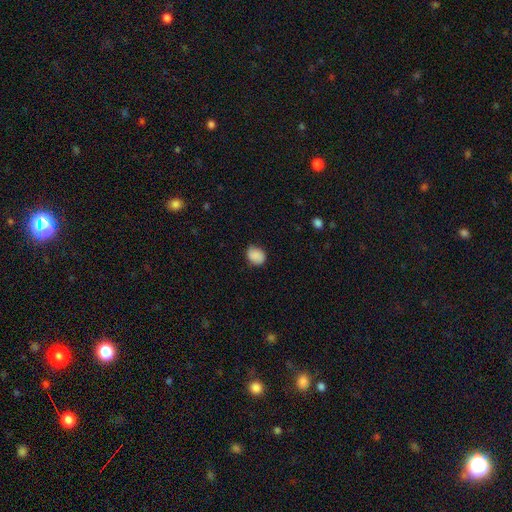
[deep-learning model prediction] smooth_or_featured: smooth (p=0.86) [alt: star or artifact p=0.08]
how_rounded: in between (p=0.53) [alt: round p=0.46]
merging: none (p=0.77) [alt: minor disturbance p=0.18]